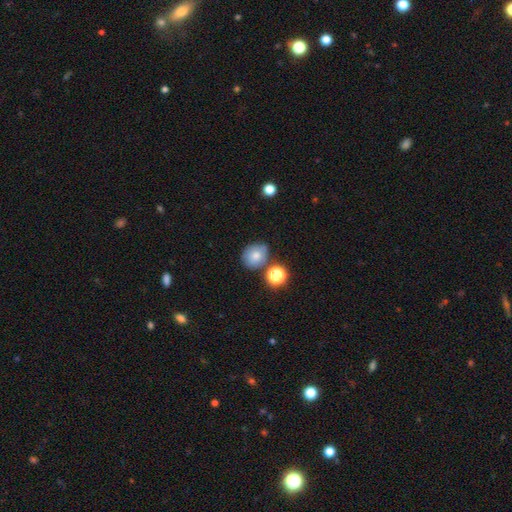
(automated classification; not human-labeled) smooth-or-featured: smooth: 66% | star or artifact: 19% | featured or disk: 15%
  how-rounded: round: 74% | in between: 24% | cigar-shaped: 1%
  merging: none: 74% | minor disturbance: 13% | merger: 9% | major disturbance: 4%